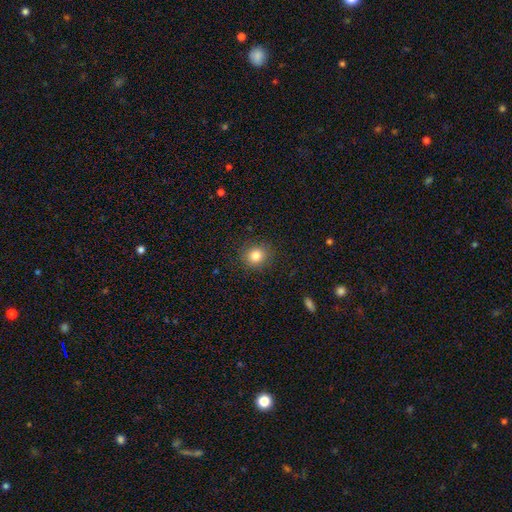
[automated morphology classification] smooth_or_featured: smooth (p=0.83) [alt: star or artifact p=0.11]
how_rounded: round (p=0.83) [alt: in between p=0.16]
merging: none (p=0.89) [alt: minor disturbance p=0.07]